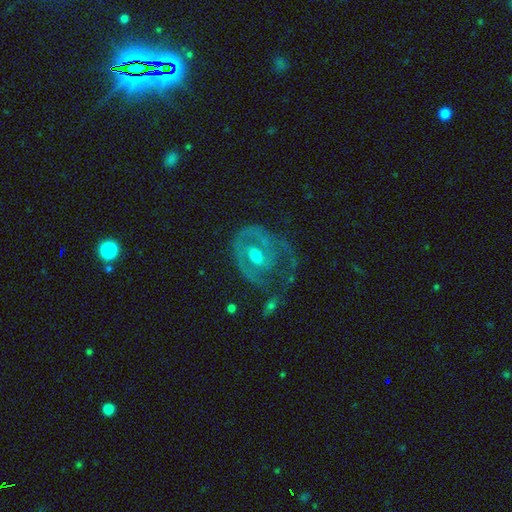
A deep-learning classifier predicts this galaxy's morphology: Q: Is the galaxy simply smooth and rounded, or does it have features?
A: featured or disk — 75%.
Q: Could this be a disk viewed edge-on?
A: no — 97%.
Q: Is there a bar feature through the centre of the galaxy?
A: no — 57%.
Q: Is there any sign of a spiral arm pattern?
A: yes — 63%.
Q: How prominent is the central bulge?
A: moderate — 61%.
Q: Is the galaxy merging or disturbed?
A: none — 38%.